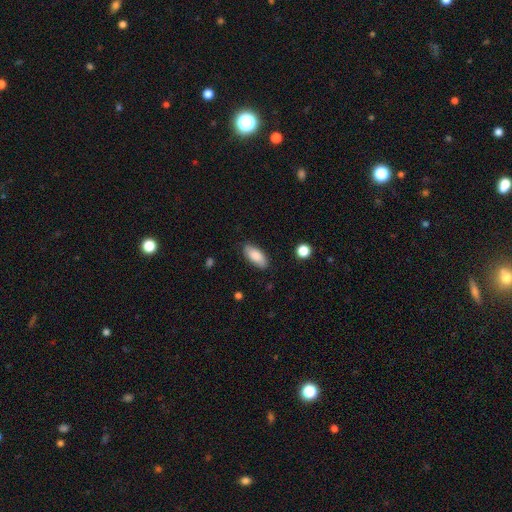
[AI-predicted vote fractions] Morphology: type=smooth (86%); roundness=in between (87%); merging=none (85%).